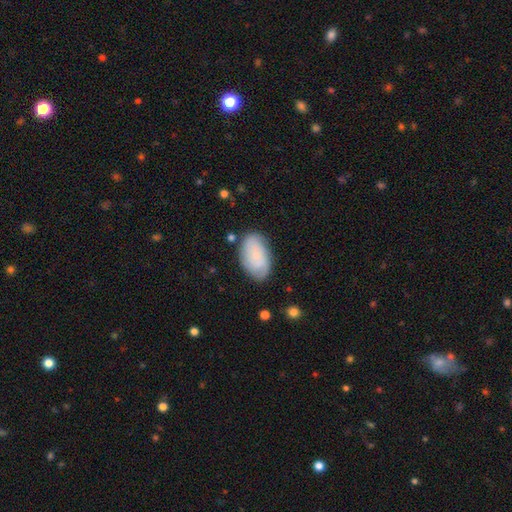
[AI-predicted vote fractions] Morphology: type=smooth (57%); roundness=in between (93%); merging=none (75%).